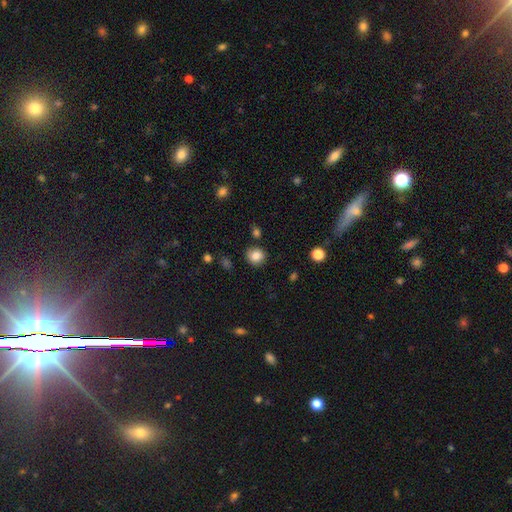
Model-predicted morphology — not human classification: Smooth or featured? smooth (84%)
How rounded? round (84%)
Merging? none (85%)